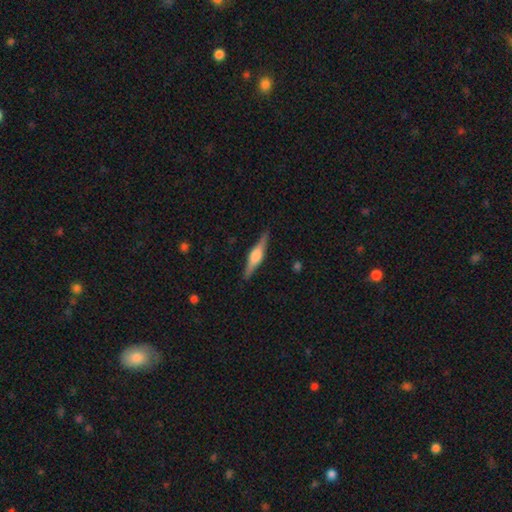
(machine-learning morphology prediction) Q: Smooth or featured?
A: featured or disk (71%); runner-up: smooth (23%)
Q: Edge-on disk?
A: yes (97%); runner-up: no (3%)
Q: Edge-on bulge?
A: rounded (82%); runner-up: boxy (15%)
Q: Merging?
A: none (89%); runner-up: minor disturbance (8%)